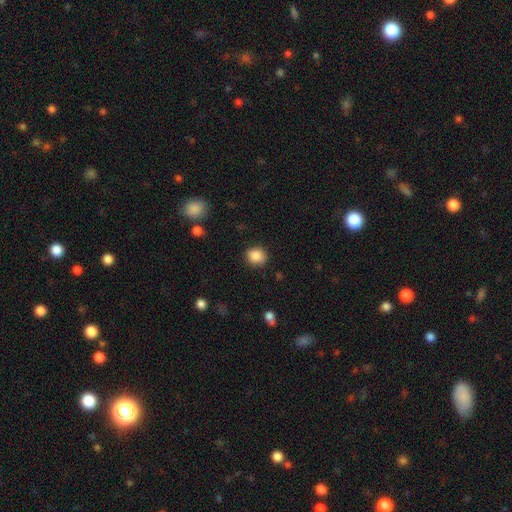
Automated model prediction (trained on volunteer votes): Smooth or featured: smooth — 86% (star or artifact — 9%)
How rounded: round — 73% (in between — 26%)
Merging: none — 85% (minor disturbance — 11%)